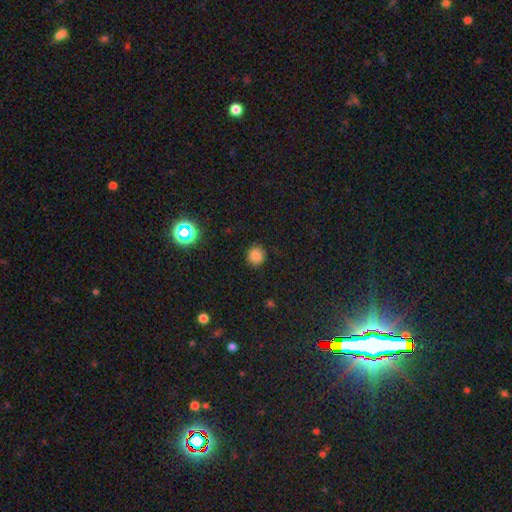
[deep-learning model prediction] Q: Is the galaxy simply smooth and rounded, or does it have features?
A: smooth — 81%.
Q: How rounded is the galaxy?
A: round — 89%.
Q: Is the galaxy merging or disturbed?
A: none — 87%.